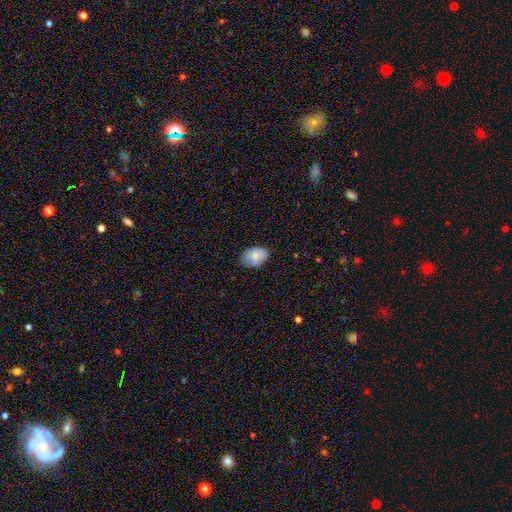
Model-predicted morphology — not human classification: A smooth galaxy with no disk features (82%) that is in between round and cigar-shaped (82%). Merging: none (75%).